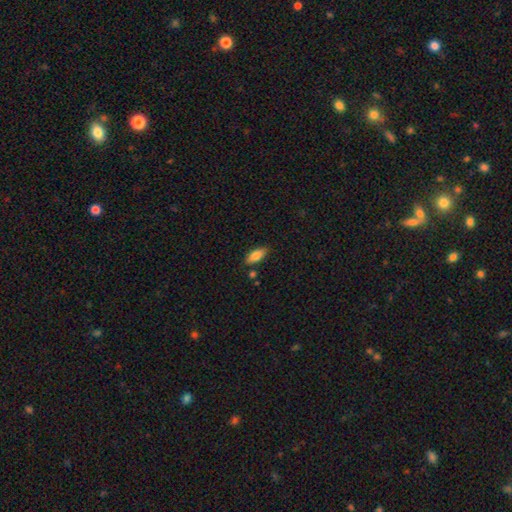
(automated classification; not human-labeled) smooth_or_featured: smooth (p=0.81) [alt: featured or disk p=0.12]
how_rounded: in between (p=0.81) [alt: cigar-shaped p=0.16]
merging: none (p=0.81) [alt: minor disturbance p=0.13]